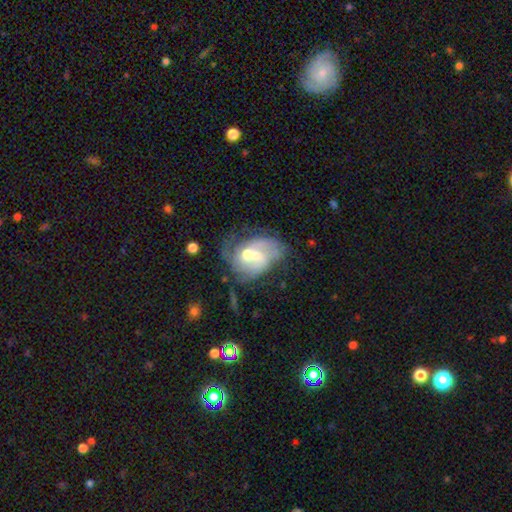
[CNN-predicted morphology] featured or disk 68%, smooth 24%, star or artifact 8%. Down the decision tree: edge-on disk — no (97%); bar — no (61%); spiral arms — yes (73%); bulge size — moderate (63%); merging — merger (42%).